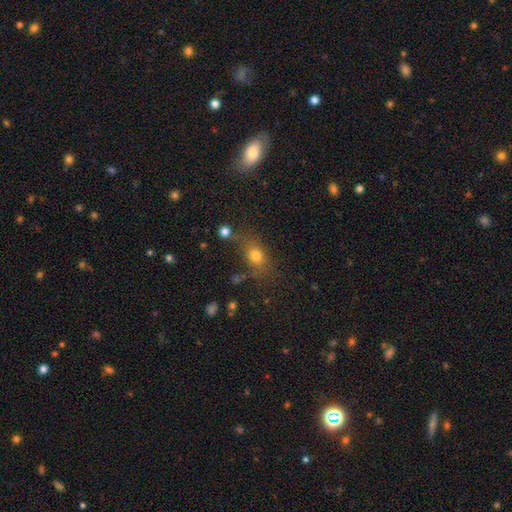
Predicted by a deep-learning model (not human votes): smooth_or_featured: smooth (p=0.73) [alt: star or artifact p=0.16]
how_rounded: in between (p=0.53) [alt: round p=0.43]
merging: none (p=0.65) [alt: minor disturbance p=0.16]